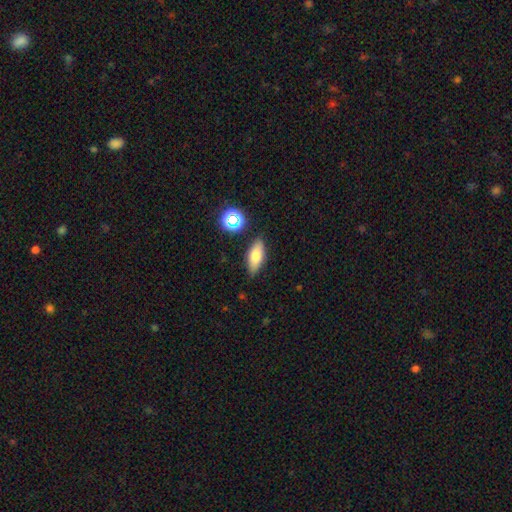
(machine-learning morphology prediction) Smooth or featured? Predicted: smooth (p=0.75). How rounded? Predicted: in between (p=0.80). Merging? Predicted: none (p=0.83).